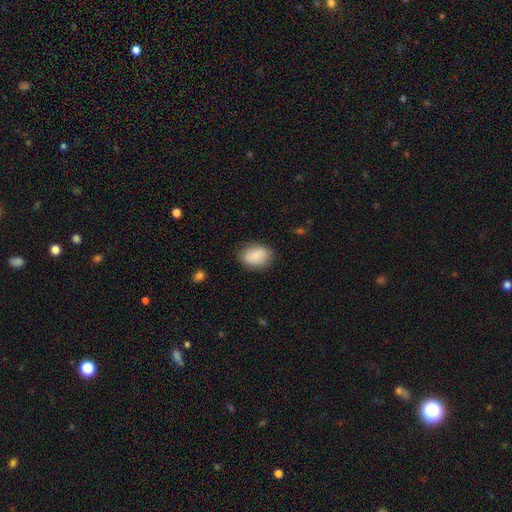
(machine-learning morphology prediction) Smooth or featured: smooth — 83% (featured or disk — 10%)
How rounded: in between — 73% (round — 26%)
Merging: none — 82% (minor disturbance — 14%)